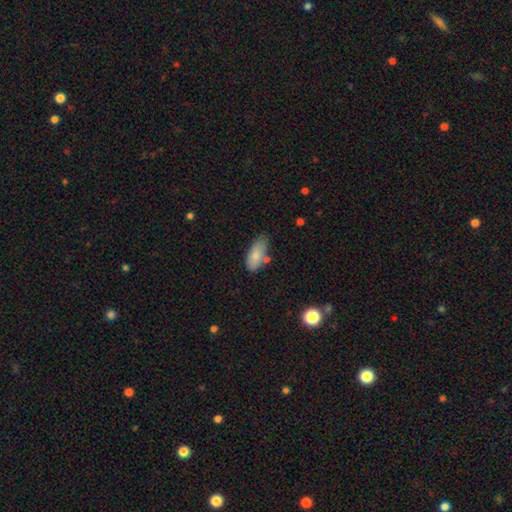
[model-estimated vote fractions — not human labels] The model was most divided on "merging": none: 59%, minor disturbance: 25%, merger: 10%, major disturbance: 5%. More confident: how rounded — in between (88%); smooth or featured — smooth (77%).